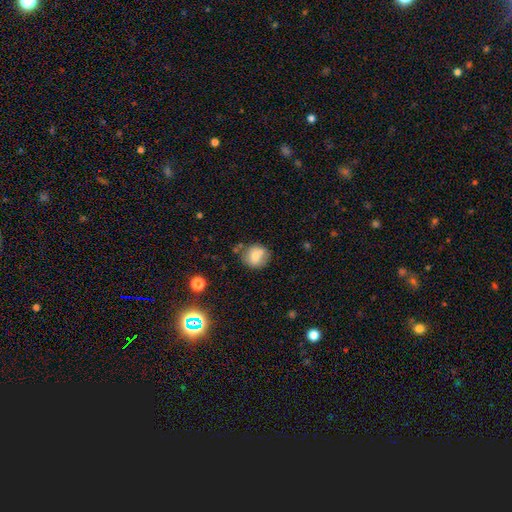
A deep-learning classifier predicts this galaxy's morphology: A smooth galaxy with no disk features (74%) that is round (83%). Merging: none (63%).